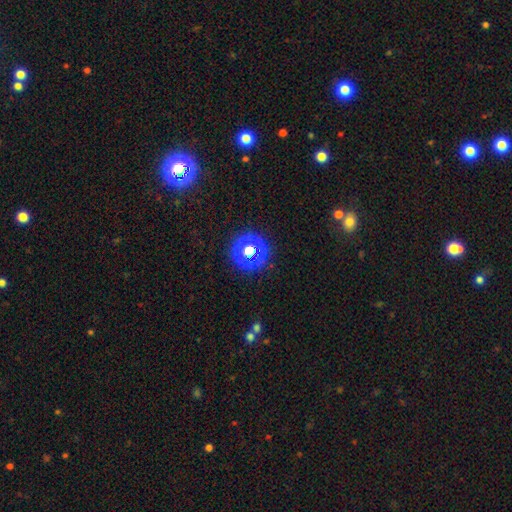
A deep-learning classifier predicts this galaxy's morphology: A star or artifact, not a galaxy (67%).